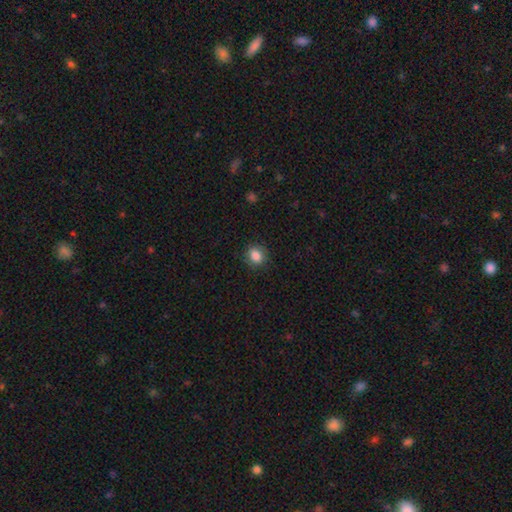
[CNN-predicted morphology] type=smooth (86%); roundness=round (64%); merging=none (85%).